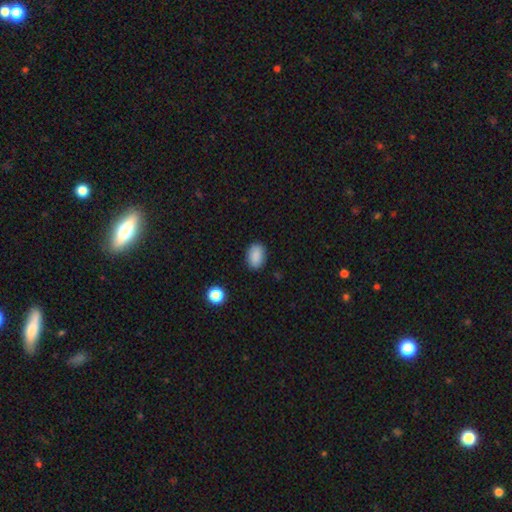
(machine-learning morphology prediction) A smooth galaxy with no disk features (88%) that is in between round and cigar-shaped (83%).

Vote fractions:
- Smooth or featured? smooth: 88% / star or artifact: 9% / featured or disk: 4%
- How rounded? in between: 83% / round: 16% / cigar-shaped: 1%
- Merging? none: 87% / minor disturbance: 10% / major disturbance: 2% / merger: 1%